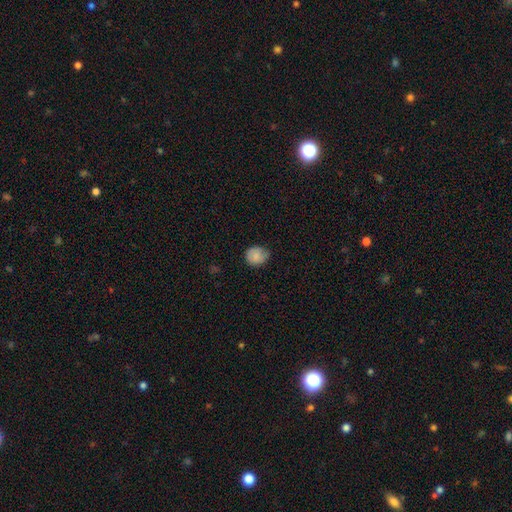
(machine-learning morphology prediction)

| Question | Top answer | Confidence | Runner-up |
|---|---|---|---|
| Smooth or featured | smooth | 80% | featured or disk (12%) |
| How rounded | round | 70% | in between (29%) |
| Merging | none | 67% | minor disturbance (27%) |